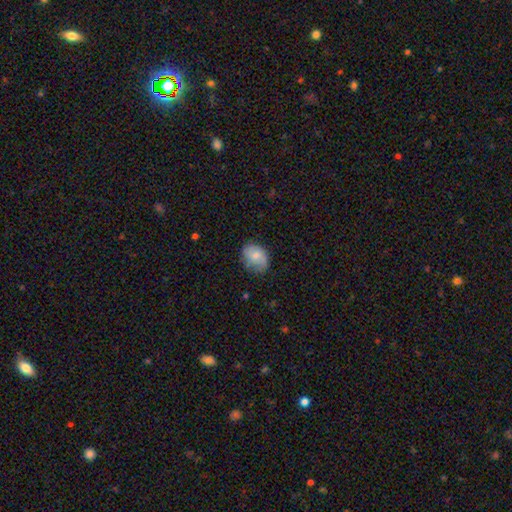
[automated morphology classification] Q: Smooth or featured?
A: smooth (76%); runner-up: featured or disk (17%)
Q: How rounded?
A: in between (66%); runner-up: round (33%)
Q: Merging?
A: none (67%); runner-up: minor disturbance (25%)